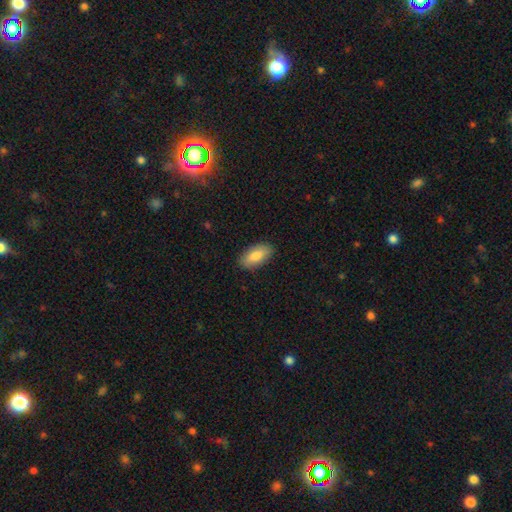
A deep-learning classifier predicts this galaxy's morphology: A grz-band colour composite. It shows a smooth galaxy with no disk features (83%) that is in between round and cigar-shaped (92%). Merging: none (87%).